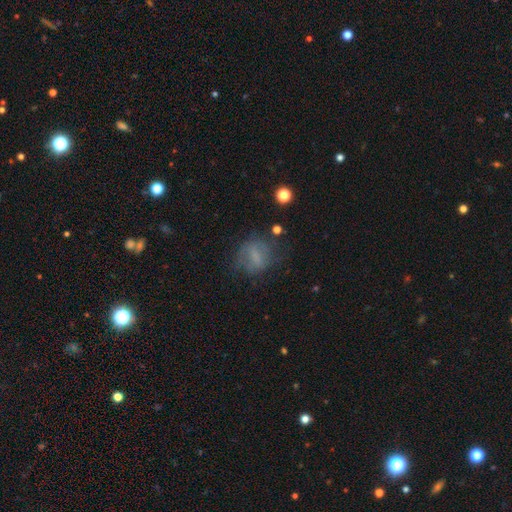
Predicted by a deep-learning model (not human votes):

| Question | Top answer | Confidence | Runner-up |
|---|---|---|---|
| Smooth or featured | smooth | 56% | featured or disk (30%) |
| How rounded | round | 52% | in between (45%) |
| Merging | none | 55% | minor disturbance (23%) |